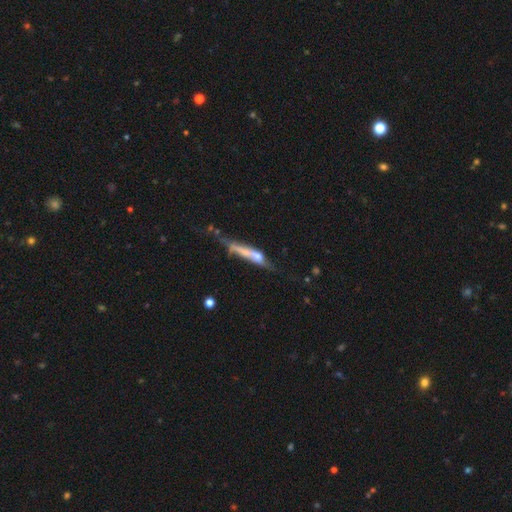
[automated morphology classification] Q: Smooth or featured?
A: featured or disk (53%); runner-up: smooth (37%)
Q: Edge-on disk?
A: yes (69%); runner-up: no (31%)
Q: Merging?
A: none (31%); runner-up: major disturbance (26%)